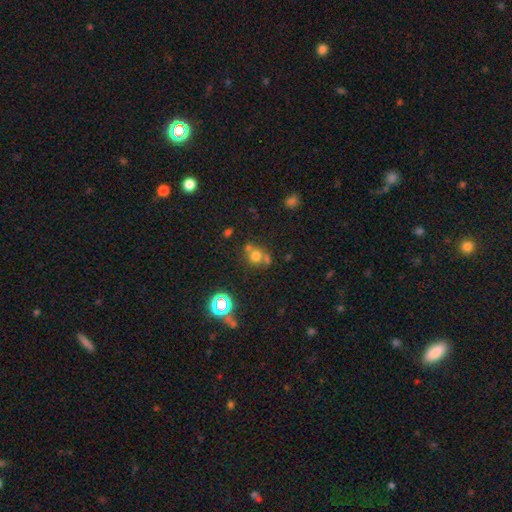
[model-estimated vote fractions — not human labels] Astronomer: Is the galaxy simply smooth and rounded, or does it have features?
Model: smooth — 64%.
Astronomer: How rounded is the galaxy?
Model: round — 81%.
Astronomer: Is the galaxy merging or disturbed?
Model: none — 51% (runner-up: merger, 35%).